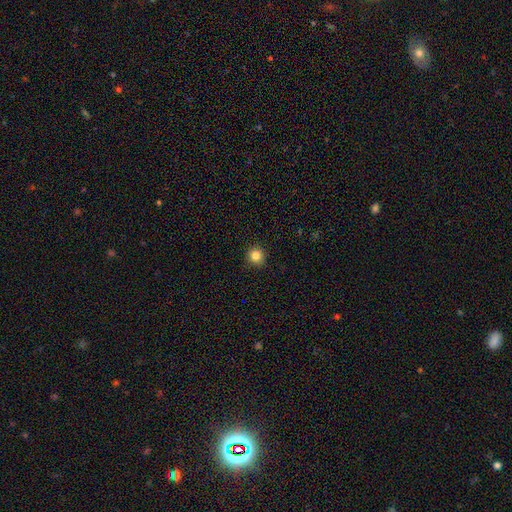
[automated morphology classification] Smooth or featured: smooth — 85% (star or artifact — 11%)
How rounded: round — 94% (in between — 5%)
Merging: none — 92% (minor disturbance — 5%)